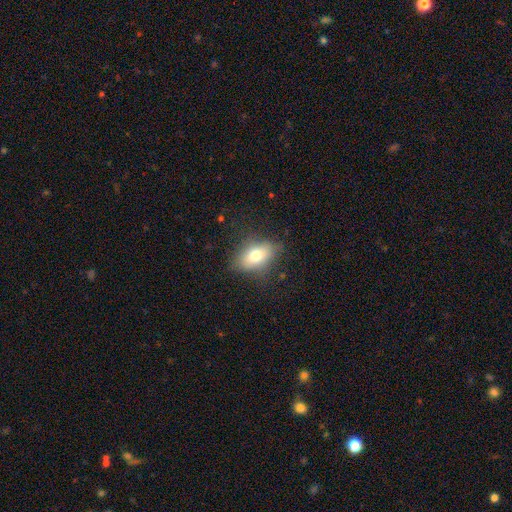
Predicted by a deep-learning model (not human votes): Morphology: type=smooth (72%); roundness=in between (84%); merging=none (74%).